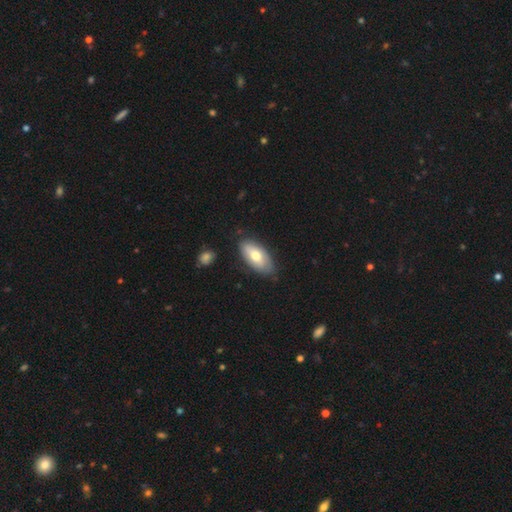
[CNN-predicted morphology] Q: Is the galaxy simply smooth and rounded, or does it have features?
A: smooth — 65%.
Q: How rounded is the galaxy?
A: in between — 92%.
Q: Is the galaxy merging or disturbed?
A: none — 78%.